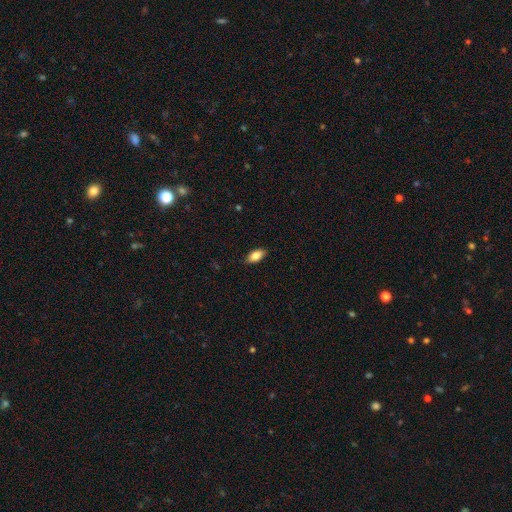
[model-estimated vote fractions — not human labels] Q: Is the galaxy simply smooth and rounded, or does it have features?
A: smooth — 85%.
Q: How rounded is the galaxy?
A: in between — 91%.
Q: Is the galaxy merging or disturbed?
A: none — 86%.